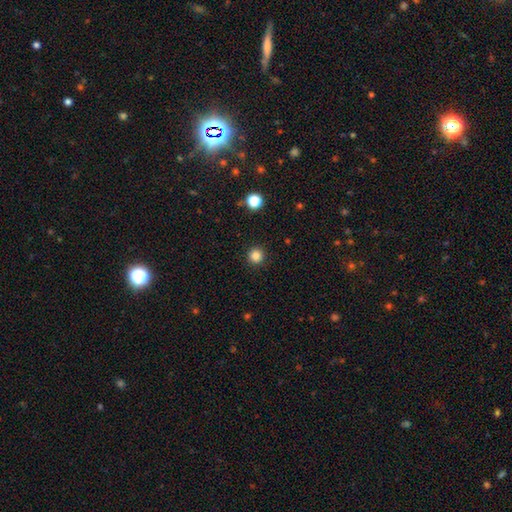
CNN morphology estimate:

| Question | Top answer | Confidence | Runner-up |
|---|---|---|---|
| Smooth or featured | smooth | 84% | star or artifact (12%) |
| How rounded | round | 96% | in between (3%) |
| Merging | none | 92% | minor disturbance (5%) |